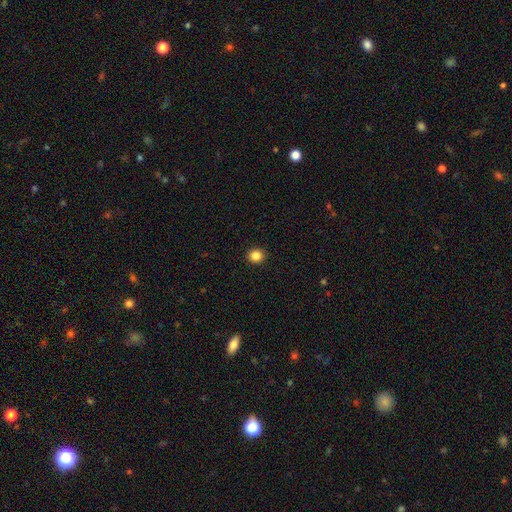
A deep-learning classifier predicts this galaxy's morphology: Overall: smooth (85%). How rounded: round (88%). Merging: none (93%).